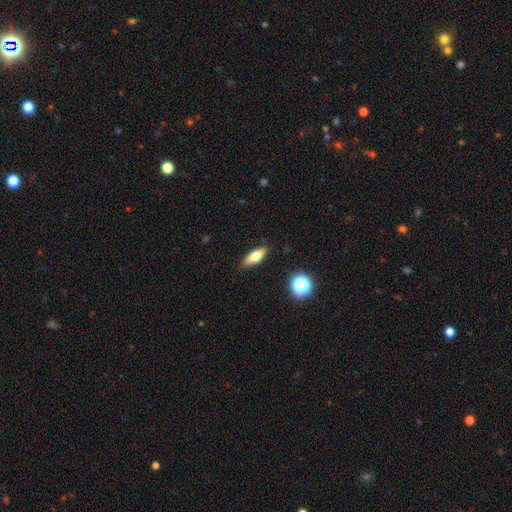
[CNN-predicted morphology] type=smooth (71%); roundness=in between (66%); merging=none (85%).